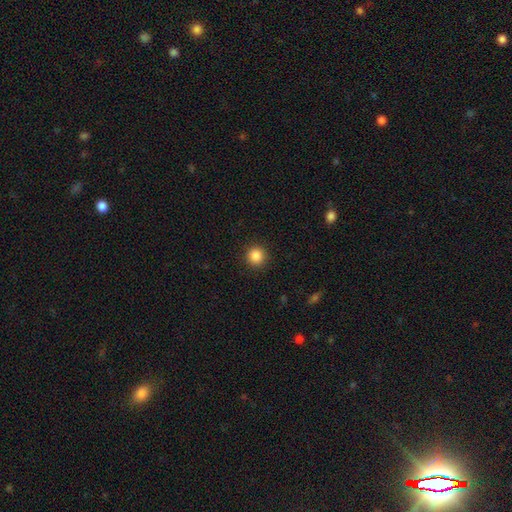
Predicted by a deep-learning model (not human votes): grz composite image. It shows a smooth galaxy with no disk features (86%) that is round (94%). Merging: none (92%).